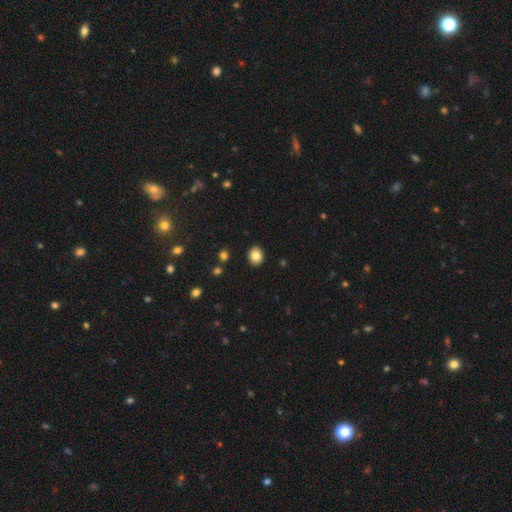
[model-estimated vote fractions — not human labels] Overall: smooth (83%). How rounded: round (55%; in between 45%). Merging: none (91%).